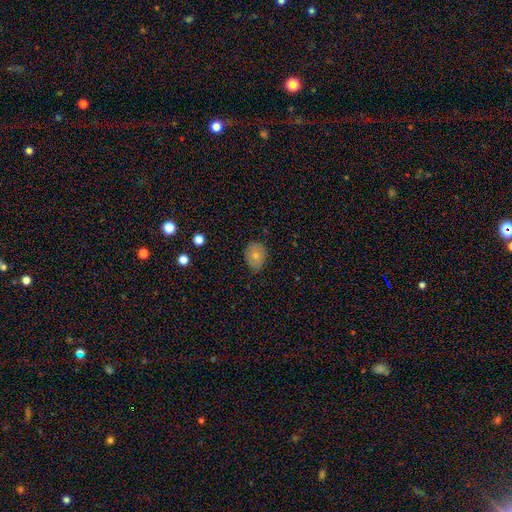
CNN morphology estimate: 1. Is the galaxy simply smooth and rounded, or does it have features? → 73% smooth, 18% featured or disk, 9% star or artifact.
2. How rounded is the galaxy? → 59% in between, 40% round, 1% cigar-shaped.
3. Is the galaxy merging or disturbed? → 75% none, 20% minor disturbance, 4% major disturbance, 1% merger.